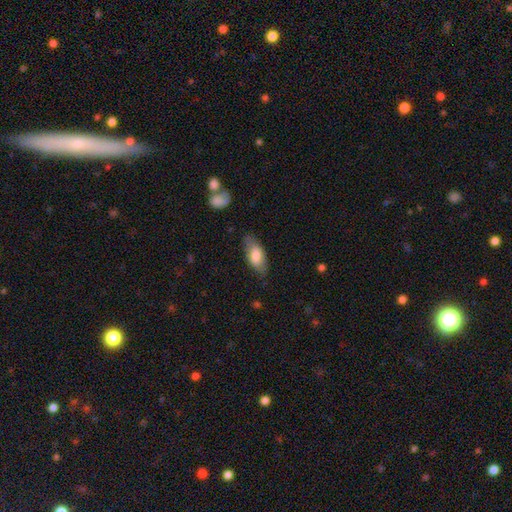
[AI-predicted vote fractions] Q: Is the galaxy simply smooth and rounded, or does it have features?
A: smooth — 72%.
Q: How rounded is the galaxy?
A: in between — 84%.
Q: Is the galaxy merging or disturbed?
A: none — 73%.